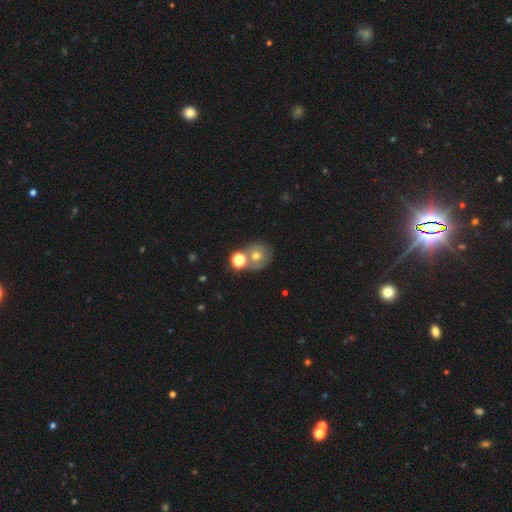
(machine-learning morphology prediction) smooth-or-featured: smooth: 64% | featured or disk: 21% | star or artifact: 15%
  how-rounded: round: 82% | in between: 17% | cigar-shaped: 1%
  merging: none: 54% | merger: 32% | minor disturbance: 10% | major disturbance: 5%